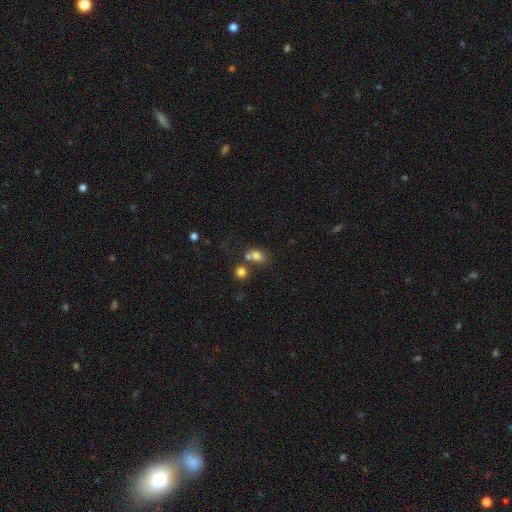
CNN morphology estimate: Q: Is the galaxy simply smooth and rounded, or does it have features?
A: smooth — 76%.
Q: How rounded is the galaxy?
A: round — 51%.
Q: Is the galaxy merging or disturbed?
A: none — 46%.